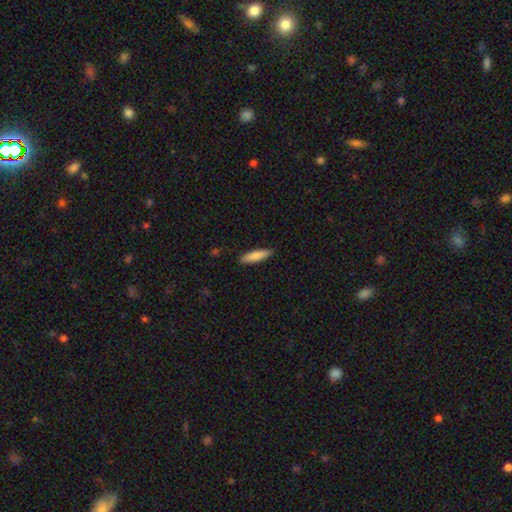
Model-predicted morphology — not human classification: smooth-or-featured: smooth: 85% | featured or disk: 10% | star or artifact: 6%
  how-rounded: cigar-shaped: 69% | in between: 30% | round: 1%
  merging: none: 88% | minor disturbance: 9% | major disturbance: 2% | merger: 1%